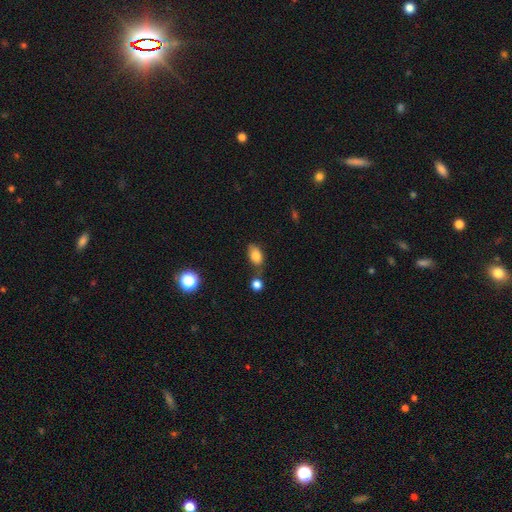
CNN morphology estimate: Overall: smooth (82%). How rounded: in between (87%). Merging: none (57%; minor disturbance 19%).